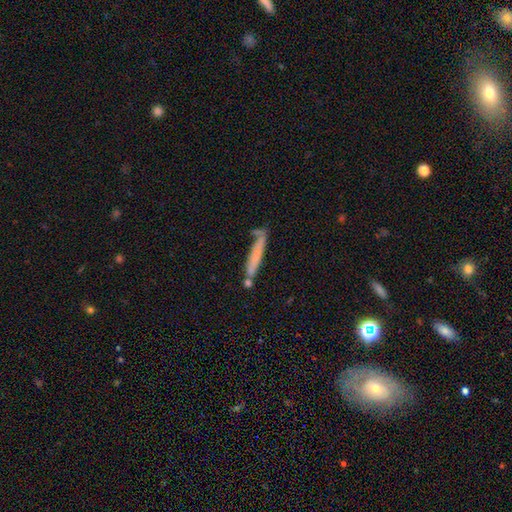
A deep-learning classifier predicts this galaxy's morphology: Smooth or featured? Predicted: smooth (p=0.60). How rounded? Predicted: cigar-shaped (p=0.93). Merging? Predicted: none (p=0.64).